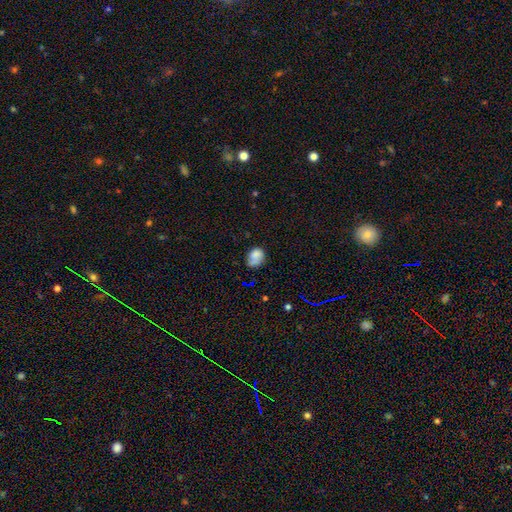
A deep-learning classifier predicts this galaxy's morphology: Q: Smooth or featured?
A: smooth (70%); runner-up: featured or disk (20%)
Q: How rounded?
A: in between (62%); runner-up: round (37%)
Q: Merging?
A: none (44%); runner-up: minor disturbance (30%)